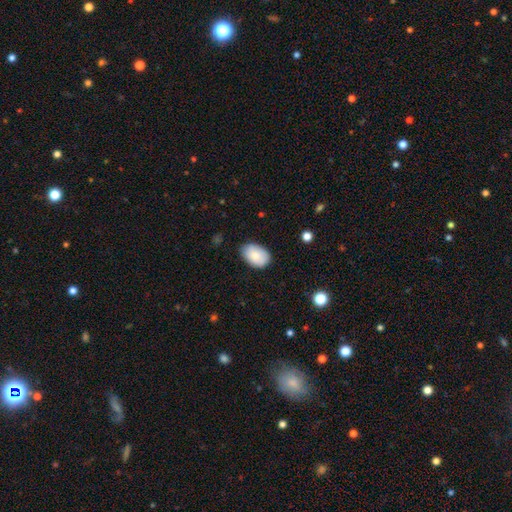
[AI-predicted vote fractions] smooth 82%, featured or disk 11%, star or artifact 7%. Down the decision tree: how rounded — in between (89%); merging — none (81%).